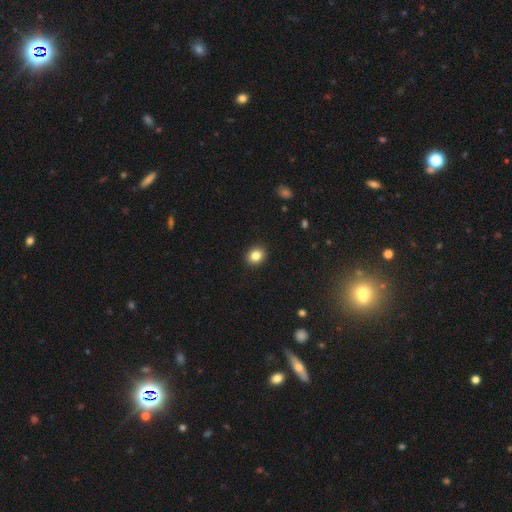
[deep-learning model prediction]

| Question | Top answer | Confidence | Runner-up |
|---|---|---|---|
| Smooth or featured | smooth | 84% | star or artifact (10%) |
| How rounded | round | 65% | in between (34%) |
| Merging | none | 91% | minor disturbance (6%) |